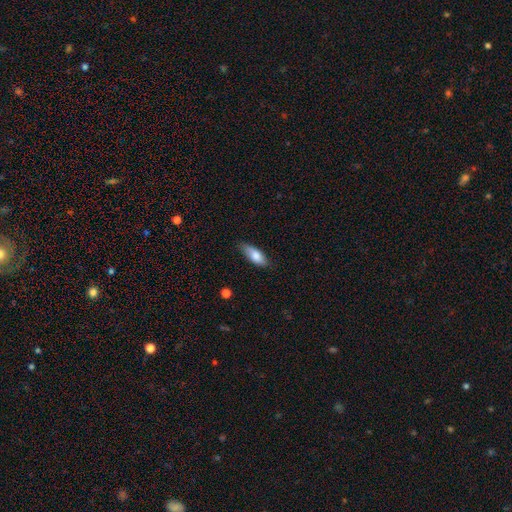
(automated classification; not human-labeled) Q: Smooth or featured?
A: smooth (79%); runner-up: featured or disk (15%)
Q: How rounded?
A: in between (73%); runner-up: cigar-shaped (25%)
Q: Merging?
A: none (77%); runner-up: minor disturbance (19%)